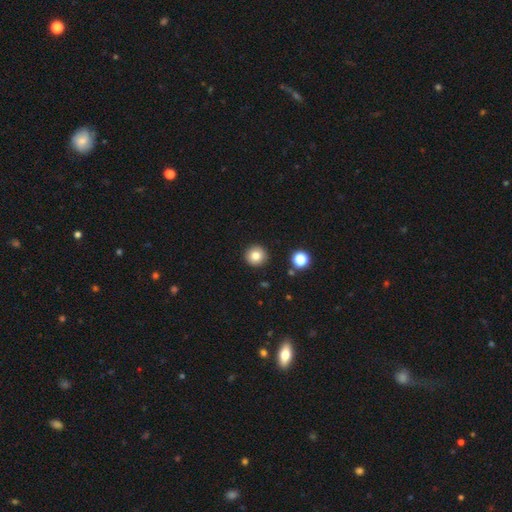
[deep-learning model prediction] Overall: smooth (81%). How rounded: round (95%). Merging: none (92%).